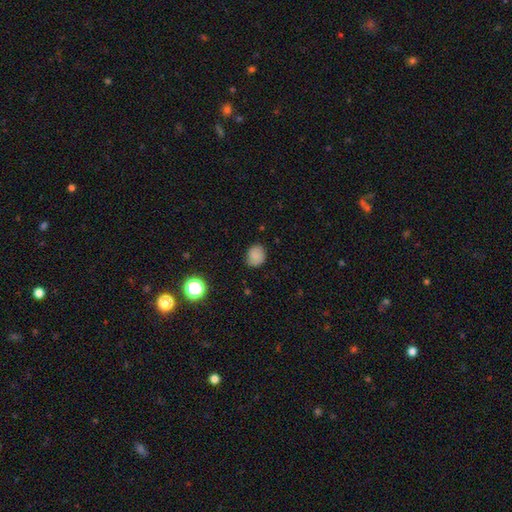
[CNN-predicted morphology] type=smooth (82%); roundness=round (75%); merging=none (80%).